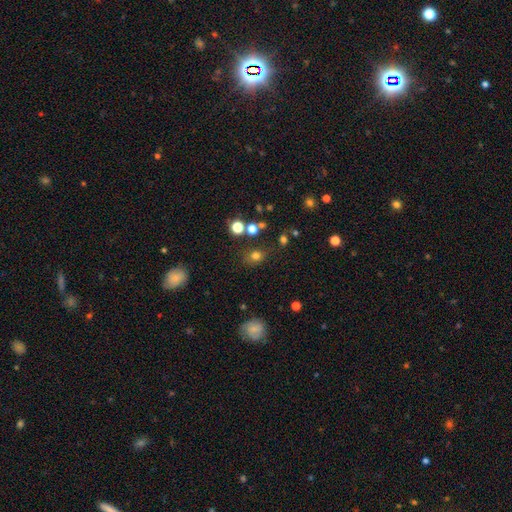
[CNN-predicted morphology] Smooth or featured: smooth — 74% (star or artifact — 18%)
How rounded: round — 58% (in between — 41%)
Merging: none — 74% (minor disturbance — 14%)